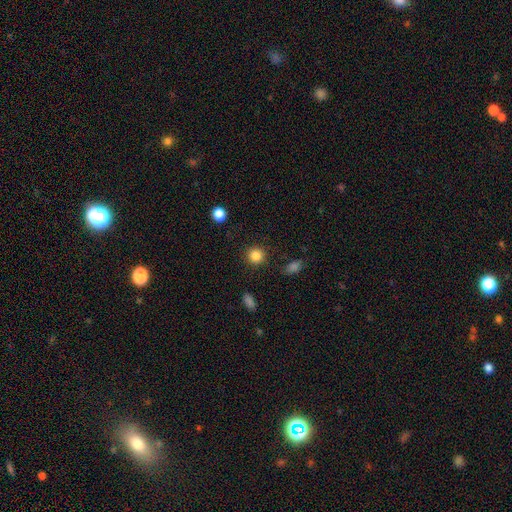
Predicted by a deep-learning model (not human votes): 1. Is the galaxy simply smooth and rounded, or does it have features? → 85% smooth, 11% star or artifact, 4% featured or disk.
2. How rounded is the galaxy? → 92% round, 7% in between, 1% cigar-shaped.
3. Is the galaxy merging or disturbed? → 90% none, 6% minor disturbance, 2% major disturbance, 2% merger.